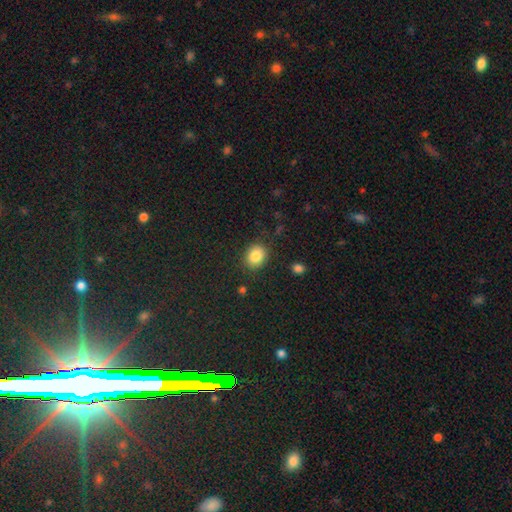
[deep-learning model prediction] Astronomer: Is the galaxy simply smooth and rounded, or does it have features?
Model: smooth — 85%.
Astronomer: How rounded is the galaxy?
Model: round — 60% (runner-up: in between, 39%).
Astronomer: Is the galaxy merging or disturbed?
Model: none — 85%.